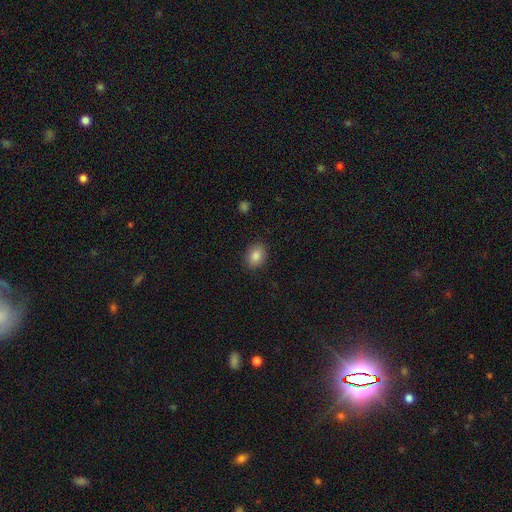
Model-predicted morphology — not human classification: Q: Smooth or featured?
A: smooth (85%); runner-up: star or artifact (9%)
Q: How rounded?
A: in between (61%); runner-up: round (38%)
Q: Merging?
A: none (89%); runner-up: minor disturbance (8%)